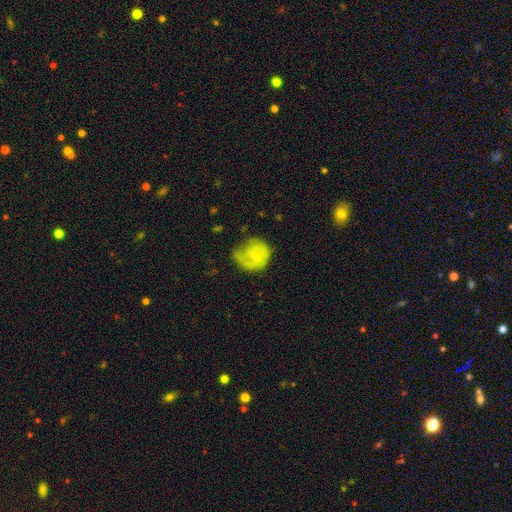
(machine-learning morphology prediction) A smooth galaxy with no disk features (52%) that is round (80%).

Vote fractions:
- Smooth or featured? smooth: 52% / featured or disk: 41% / star or artifact: 7%
- How rounded? round: 80% / in between: 19% / cigar-shaped: 1%
- Merging? none: 47% / minor disturbance: 31% / major disturbance: 20% / merger: 2%